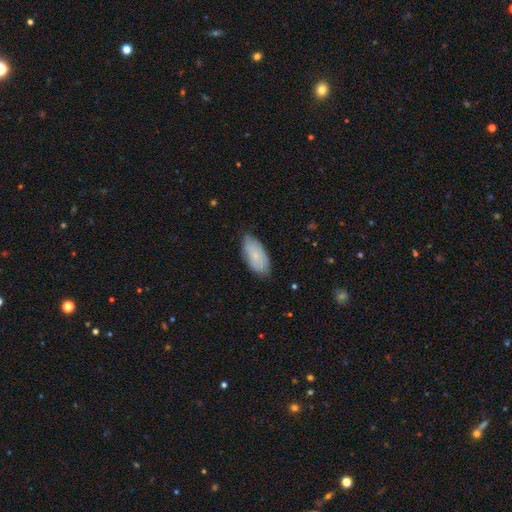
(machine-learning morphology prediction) This appears to be a smooth galaxy with no disk features (75%) that is in between round and cigar-shaped (93%). Merging: none (75%).